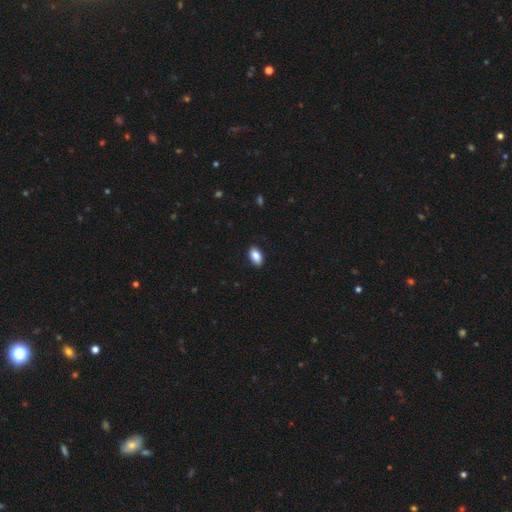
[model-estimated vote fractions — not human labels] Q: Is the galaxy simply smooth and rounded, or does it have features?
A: smooth — 86%.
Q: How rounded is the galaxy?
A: in between — 92%.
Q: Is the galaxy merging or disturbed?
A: none — 89%.